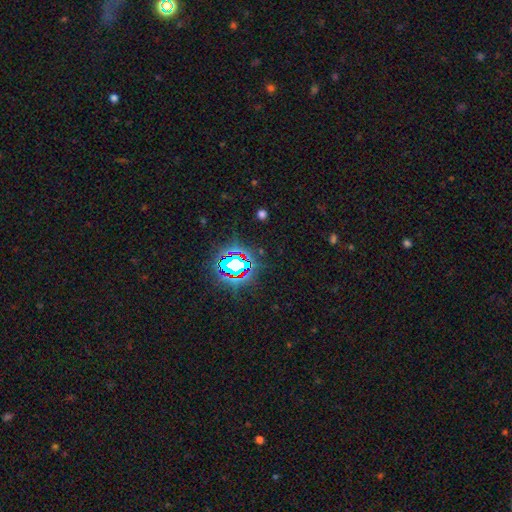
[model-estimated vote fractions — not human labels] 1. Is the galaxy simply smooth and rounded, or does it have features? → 81% star or artifact, 11% smooth, 7% featured or disk.